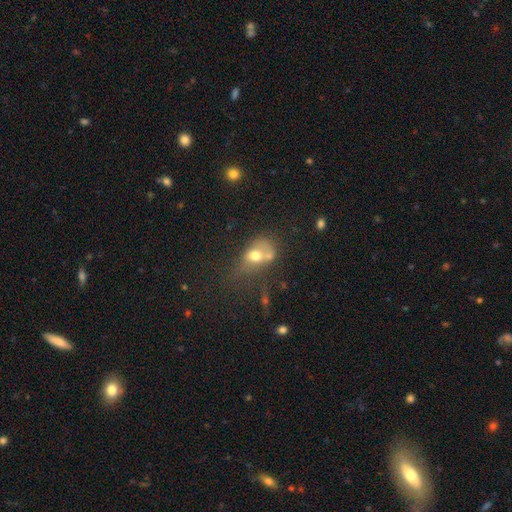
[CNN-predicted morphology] A smooth galaxy with no disk features (62%) that is in between round and cigar-shaped (66%).

Vote fractions:
- Smooth or featured? smooth: 62% / featured or disk: 26% / star or artifact: 12%
- How rounded? in between: 66% / round: 32% / cigar-shaped: 2%
- Merging? merger: 37% / none: 23% / major disturbance: 22% / minor disturbance: 18%